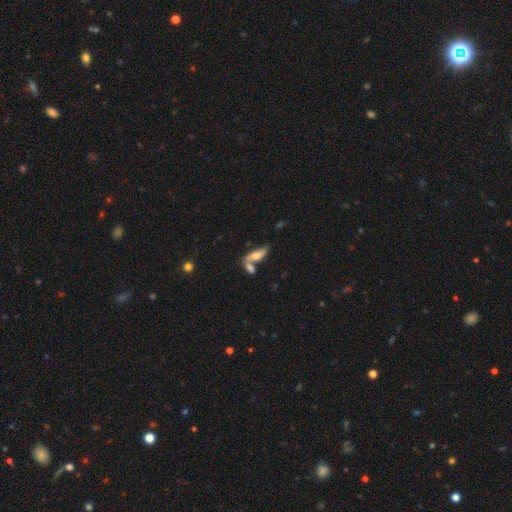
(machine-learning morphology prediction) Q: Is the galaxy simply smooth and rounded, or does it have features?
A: smooth — 50%.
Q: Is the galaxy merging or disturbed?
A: none — 44%.